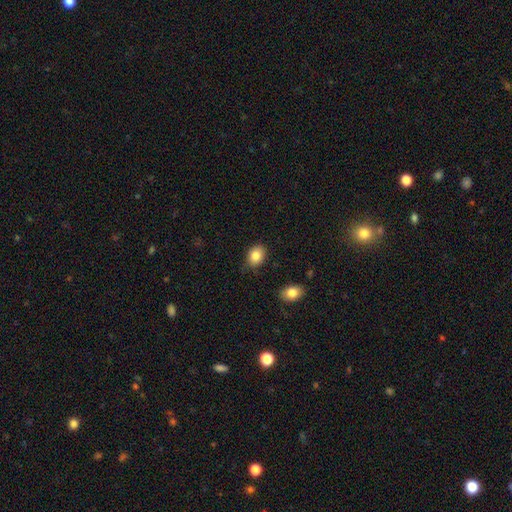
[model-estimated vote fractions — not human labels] The model was most divided on "how rounded": in between: 65%, round: 34%, cigar-shaped: 1%. More confident: smooth or featured — smooth (84%); merging — none (80%).